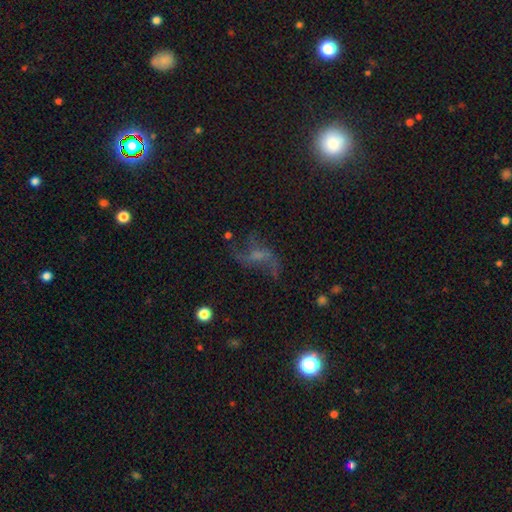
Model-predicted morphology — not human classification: Smooth or featured? Predicted: featured or disk (p=0.58). Edge-on disk? Predicted: no (p=0.94). Bar? Predicted: no (p=0.51). Spiral arms? Predicted: yes (p=0.75). Bulge size? Predicted: small (p=0.36). Merging? Predicted: none (p=0.51).